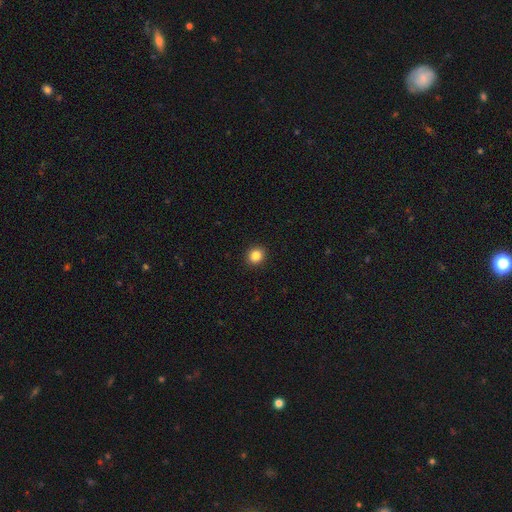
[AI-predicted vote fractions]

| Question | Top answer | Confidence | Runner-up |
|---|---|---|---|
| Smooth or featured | smooth | 85% | star or artifact (11%) |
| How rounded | round | 82% | in between (17%) |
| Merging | none | 93% | minor disturbance (5%) |